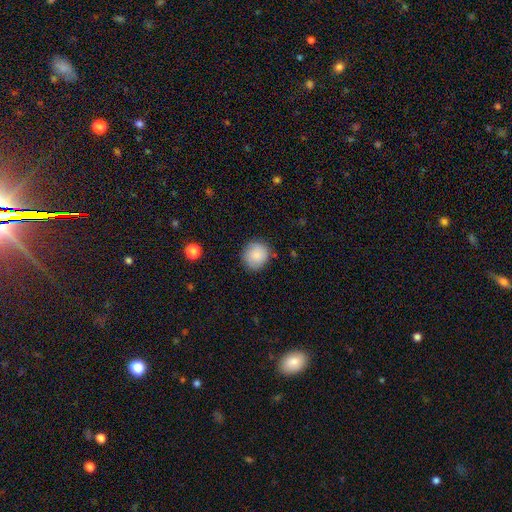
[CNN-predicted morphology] A smooth galaxy with no disk features (84%) that is round (88%). Merging: none (85%).